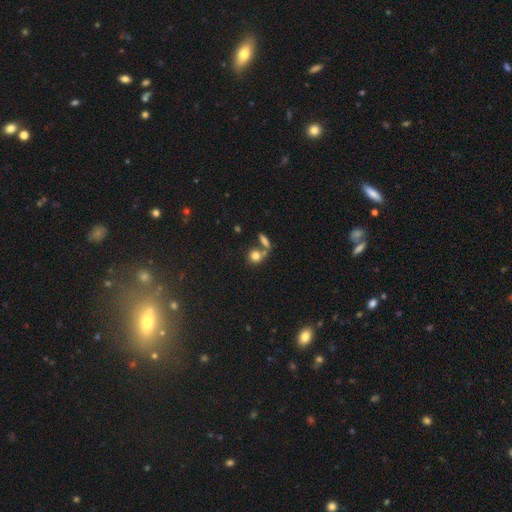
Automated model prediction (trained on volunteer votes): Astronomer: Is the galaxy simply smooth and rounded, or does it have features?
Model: smooth — 77%.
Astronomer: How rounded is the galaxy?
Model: round — 76%.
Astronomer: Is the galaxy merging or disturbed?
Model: none — 50% (runner-up: merger, 35%).